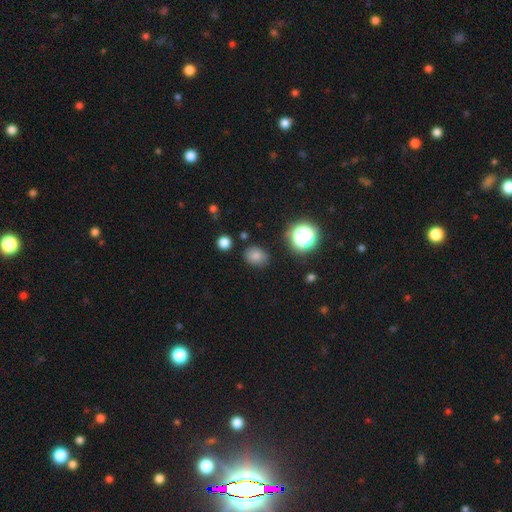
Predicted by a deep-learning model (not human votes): smooth_or_featured: smooth (p=0.77) [alt: star or artifact p=0.16]
how_rounded: in between (p=0.55) [alt: round p=0.44]
merging: none (p=0.80) [alt: minor disturbance p=0.14]